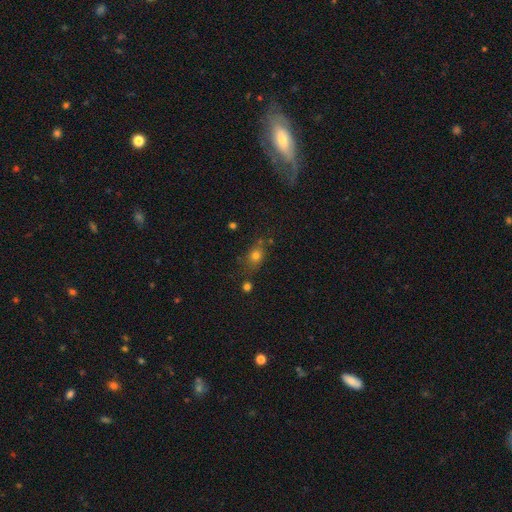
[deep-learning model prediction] Smooth or featured: smooth — 75% (star or artifact — 16%)
How rounded: in between — 50% (round — 48%)
Merging: none — 69% (minor disturbance — 17%)